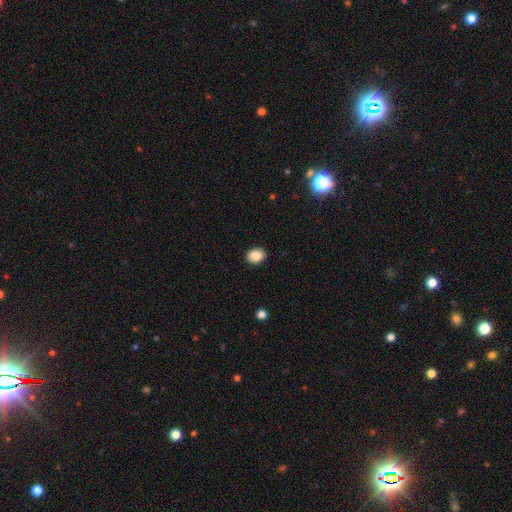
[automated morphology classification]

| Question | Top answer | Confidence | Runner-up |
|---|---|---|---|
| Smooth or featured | smooth | 87% | star or artifact (8%) |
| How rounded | in between | 59% | round (40%) |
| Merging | none | 91% | minor disturbance (6%) |